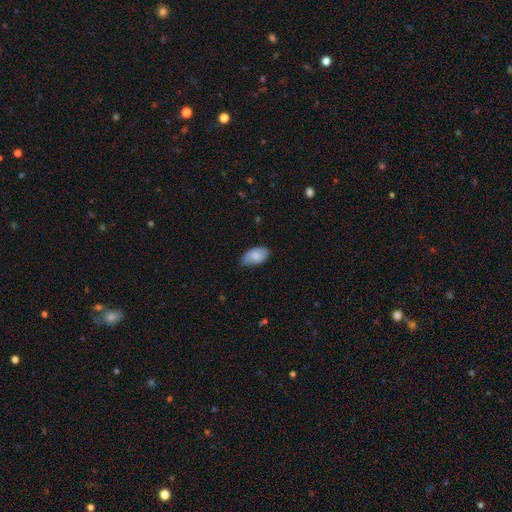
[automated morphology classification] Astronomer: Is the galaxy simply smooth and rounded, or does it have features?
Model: smooth — 83%.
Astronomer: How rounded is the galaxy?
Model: in between — 94%.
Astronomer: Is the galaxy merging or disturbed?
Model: none — 66%.